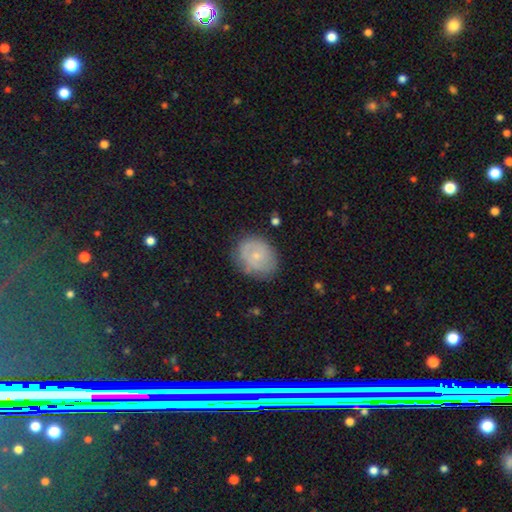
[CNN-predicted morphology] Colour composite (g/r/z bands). It shows a smooth galaxy with no disk features (49%). Merging: none (72%).